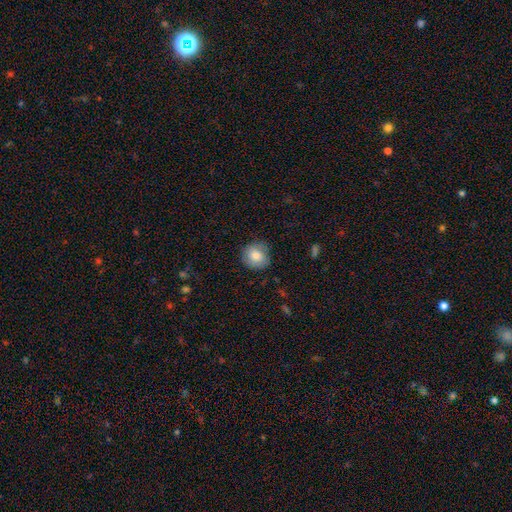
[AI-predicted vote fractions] This is likely a smooth galaxy (79%). How rounded: clearly round (86%). Merging: likely none (80%).